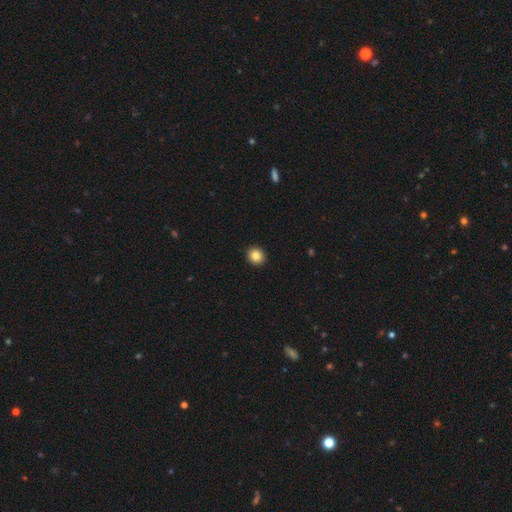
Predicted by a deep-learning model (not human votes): smooth-or-featured: smooth: 85% | star or artifact: 10% | featured or disk: 5%
  how-rounded: round: 83% | in between: 16% | cigar-shaped: 1%
  merging: none: 93% | minor disturbance: 5% | major disturbance: 1% | merger: 1%